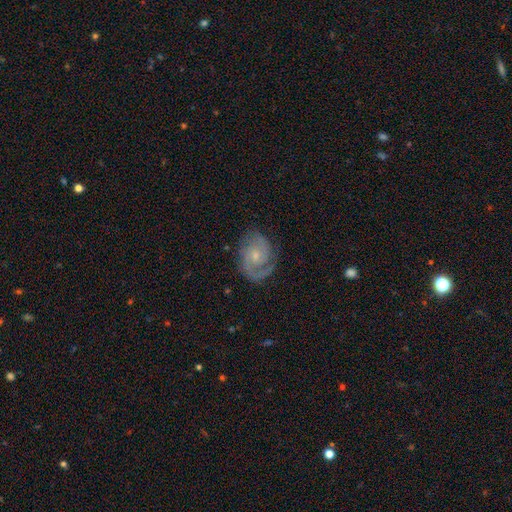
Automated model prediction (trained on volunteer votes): Smooth or featured?
  - featured or disk: 85% *
  - smooth: 10%
  - star or artifact: 5%
Edge-on disk?
  - no: 98% *
  - yes: 2%
Bar?
  - no: 62% *
  - weak: 33%
  - strong: 5%
Spiral arms?
  - yes: 97% *
  - no: 3%
Spiral winding?
  - tight: 49% *
  - medium: 41%
  - loose: 10%
Spiral arm count?
  - 2: 76% *
  - can't tell: 8%
  - 1: 7%
  - 3: 5%
  - 4: 2%
  - more than 4: 2%
Bulge size?
  - small: 60% *
  - moderate: 32%
  - none: 5%
  - large: 2%
  - dominant: 1%
Merging?
  - none: 75% *
  - minor disturbance: 17%
  - major disturbance: 7%
  - merger: 1%